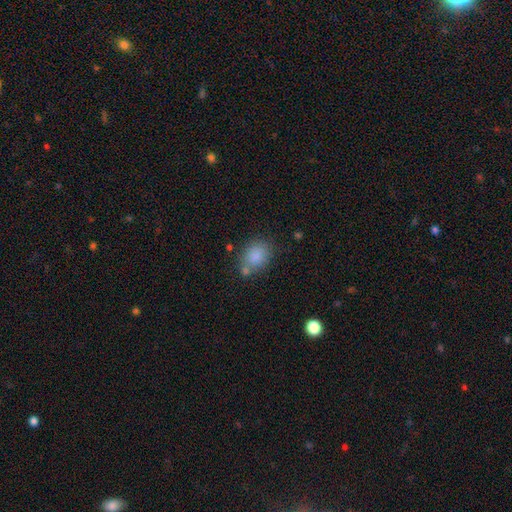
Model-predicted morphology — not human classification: This is clearly a smooth galaxy (84%). How rounded: likely in between (65%). Merging: likely none (64%).